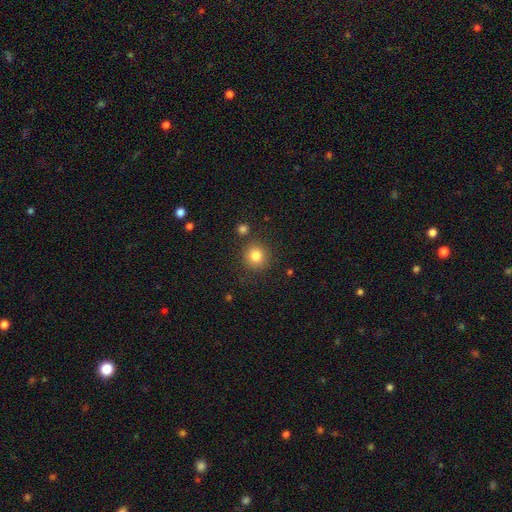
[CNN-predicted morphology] Q: Smooth or featured?
A: smooth (82%); runner-up: star or artifact (12%)
Q: How rounded?
A: round (91%); runner-up: in between (8%)
Q: Merging?
A: none (85%); runner-up: minor disturbance (8%)